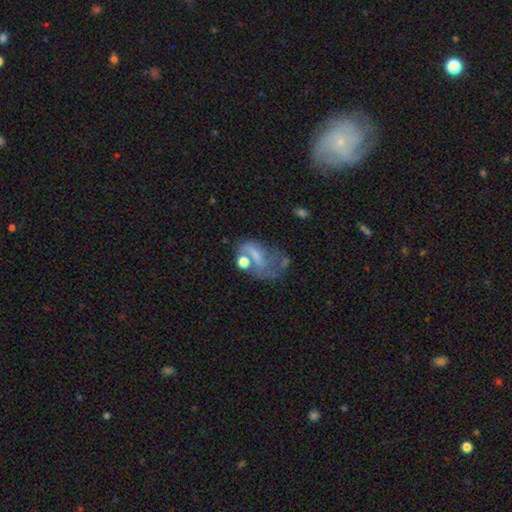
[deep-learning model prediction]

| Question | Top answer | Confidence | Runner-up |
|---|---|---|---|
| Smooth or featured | featured or disk | 45% | smooth (39%) |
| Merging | major disturbance | 38% | none (25%) |